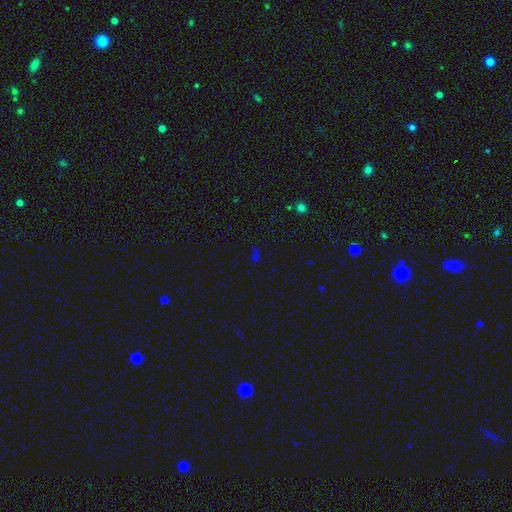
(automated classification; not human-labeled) Smooth or featured?
  - star or artifact: 57% *
  - smooth: 34%
  - featured or disk: 9%